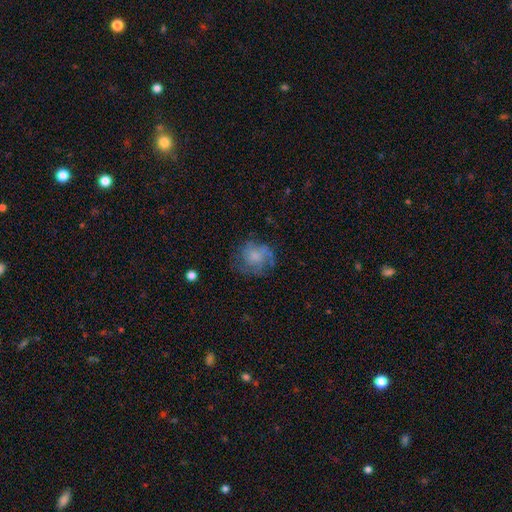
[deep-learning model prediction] Smooth or featured? Predicted: smooth (p=0.58). How rounded? Predicted: round (p=0.79). Merging? Predicted: none (p=0.58).